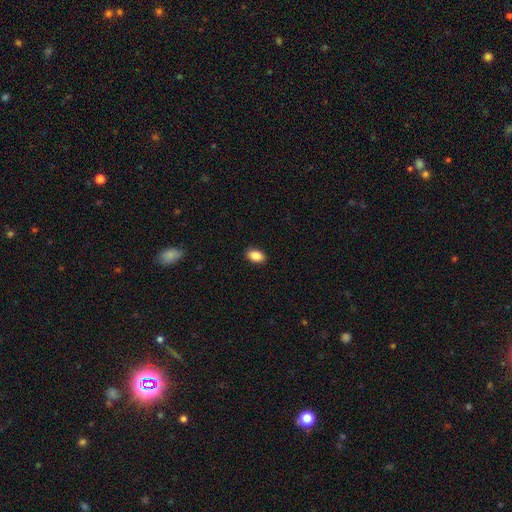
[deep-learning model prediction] smooth_or_featured: smooth (p=0.89) [alt: star or artifact p=0.08]
how_rounded: in between (p=0.90) [alt: round p=0.09]
merging: none (p=0.89) [alt: minor disturbance p=0.08]